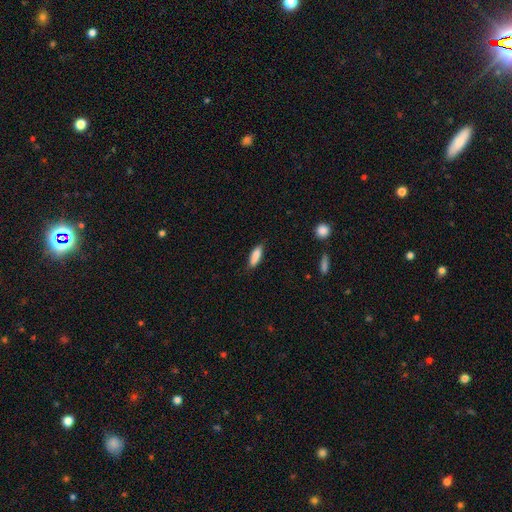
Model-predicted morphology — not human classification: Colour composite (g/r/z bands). It shows a smooth galaxy with no disk features (86%) that is cigar-shaped (49%, tied with in between). Merging: none (82%).